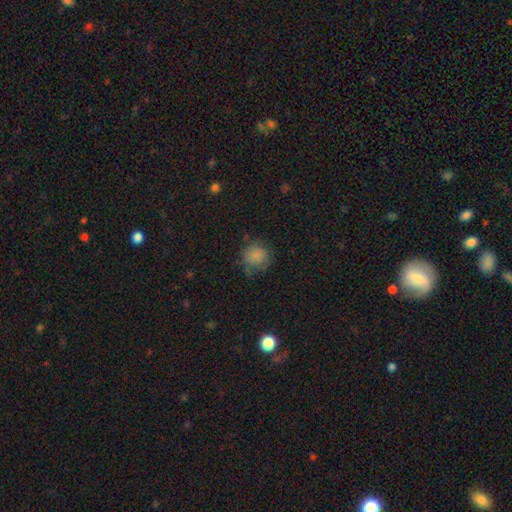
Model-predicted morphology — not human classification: smooth-or-featured: smooth: 83% | star or artifact: 10% | featured or disk: 7%
  how-rounded: round: 88% | in between: 11% | cigar-shaped: 1%
  merging: none: 69% | minor disturbance: 22% | major disturbance: 8% | merger: 2%